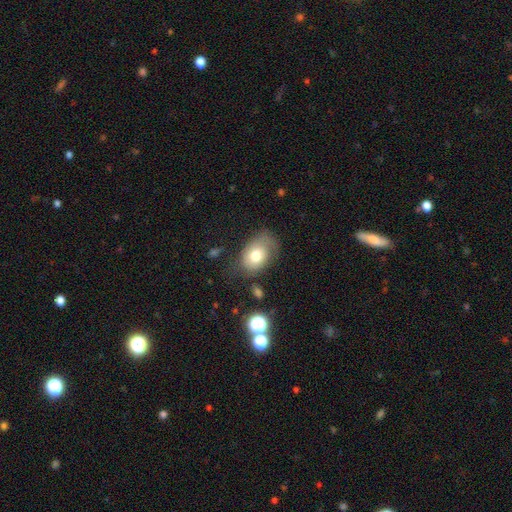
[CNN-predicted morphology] Smooth or featured? smooth (70%)
How rounded? in between (75%)
Merging? none (48%)